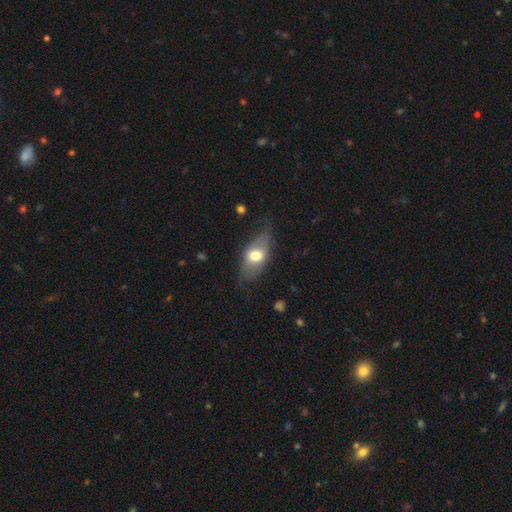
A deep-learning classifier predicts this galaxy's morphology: The model was most divided on "smooth or featured": smooth: 60%, featured or disk: 34%, star or artifact: 7%. More confident: how rounded — in between (85%); merging — none (62%).